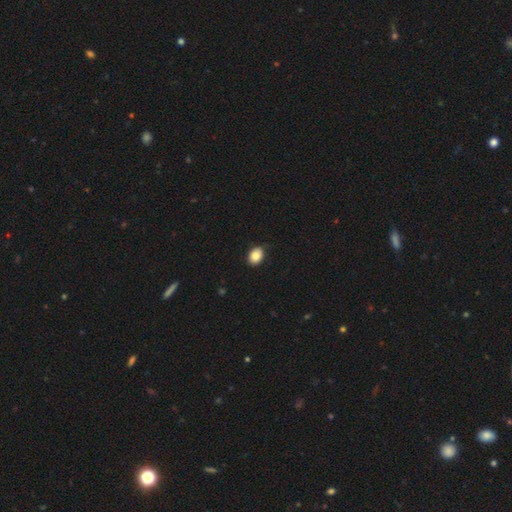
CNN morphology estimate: A smooth galaxy with no disk features (87%) that is in between round and cigar-shaped (75%).

Vote fractions:
- Smooth or featured? smooth: 87% / star or artifact: 8% / featured or disk: 5%
- How rounded? in between: 75% / round: 24% / cigar-shaped: 1%
- Merging? none: 85% / minor disturbance: 12% / major disturbance: 2% / merger: 1%